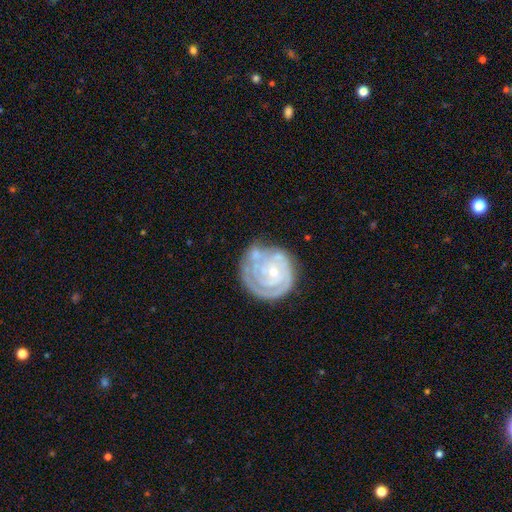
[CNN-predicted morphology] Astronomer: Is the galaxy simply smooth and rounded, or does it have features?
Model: featured or disk — 78%.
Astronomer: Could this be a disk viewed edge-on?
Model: no — 98%.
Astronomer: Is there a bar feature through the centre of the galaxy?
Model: no — 75%.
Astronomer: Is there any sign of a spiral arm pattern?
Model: yes — 86%.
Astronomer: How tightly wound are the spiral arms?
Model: tight — 76%.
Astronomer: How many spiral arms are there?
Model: can't tell — 36% (runner-up: 2, 22%).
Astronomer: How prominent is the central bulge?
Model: small — 63%.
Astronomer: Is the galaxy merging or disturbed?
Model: none — 55%.